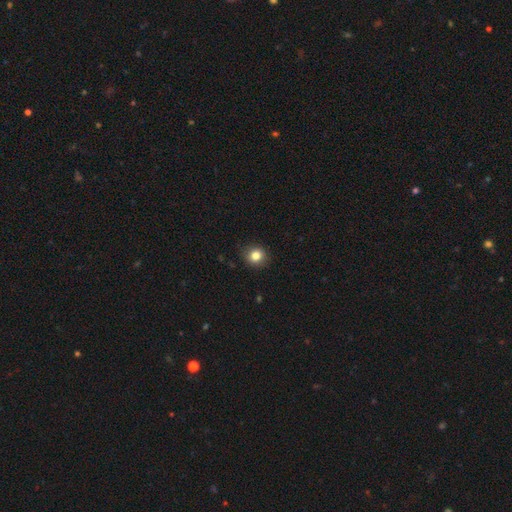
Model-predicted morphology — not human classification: A smooth galaxy with no disk features (83%) that is round (80%). Merging: none (85%).